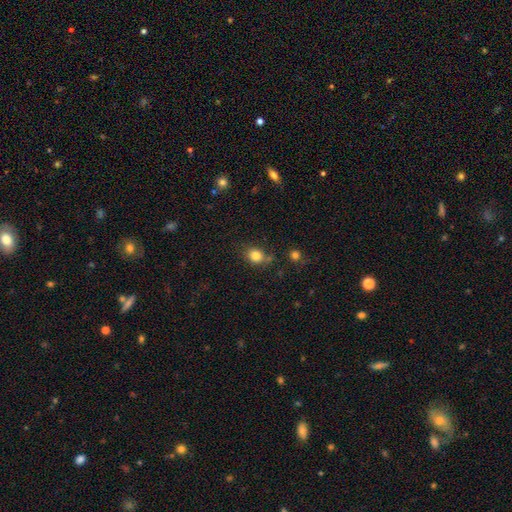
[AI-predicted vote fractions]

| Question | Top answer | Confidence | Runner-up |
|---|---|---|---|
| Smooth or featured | smooth | 82% | star or artifact (12%) |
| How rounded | round | 61% | in between (38%) |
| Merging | none | 72% | minor disturbance (17%) |